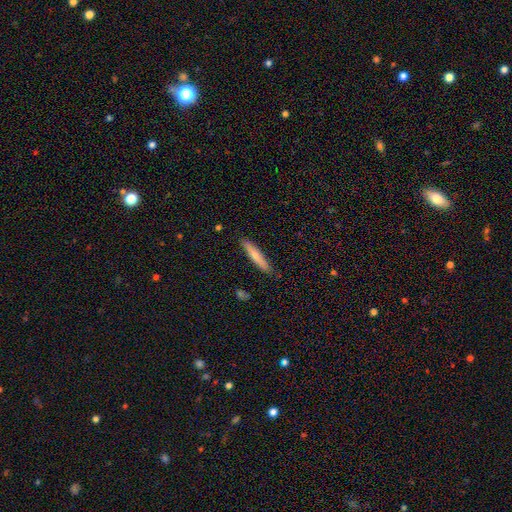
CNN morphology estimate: A smooth galaxy with no disk features (66%) that is cigar-shaped (91%).

Vote fractions:
- Smooth or featured? smooth: 66% / featured or disk: 28% / star or artifact: 6%
- How rounded? cigar-shaped: 91% / in between: 7% / round: 1%
- Merging? none: 88% / minor disturbance: 9% / major disturbance: 2% / merger: 1%